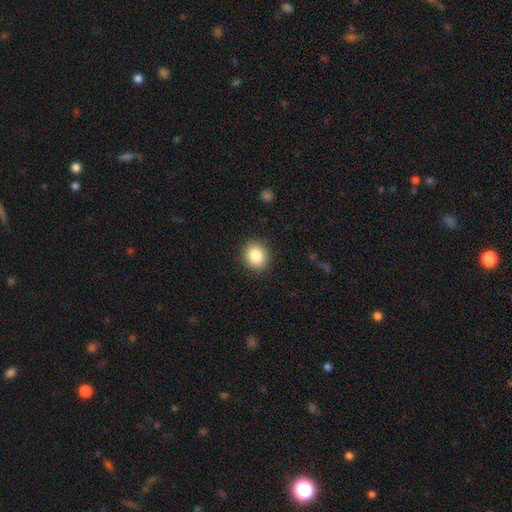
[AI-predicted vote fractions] This appears to be a smooth galaxy with no disk features (86%) that is round (69%). Merging: none (90%).